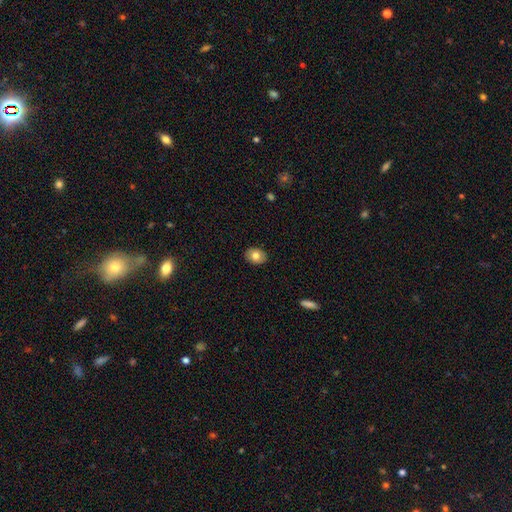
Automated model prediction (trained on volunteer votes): smooth 78%, featured or disk 14%, star or artifact 8%. Down the decision tree: how rounded — in between (62%); merging — none (89%).